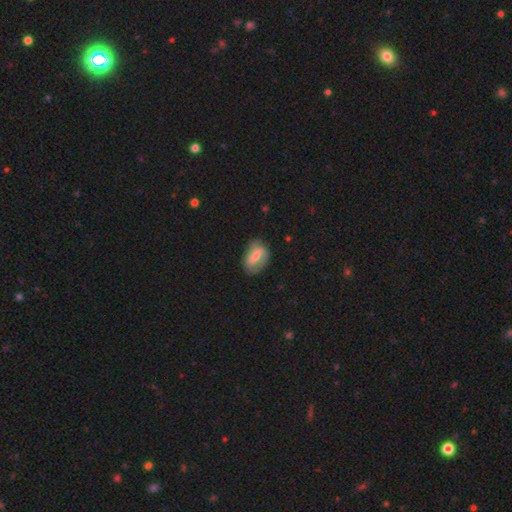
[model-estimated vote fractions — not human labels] The model was most divided on "bar": weak: 42%, strong: 40%, no: 18%. Remaining: edge-on disk — no (95%); spiral arms — yes (76%); merging — none (68%); smooth or featured — featured or disk (54%); bulge size — moderate (42%).